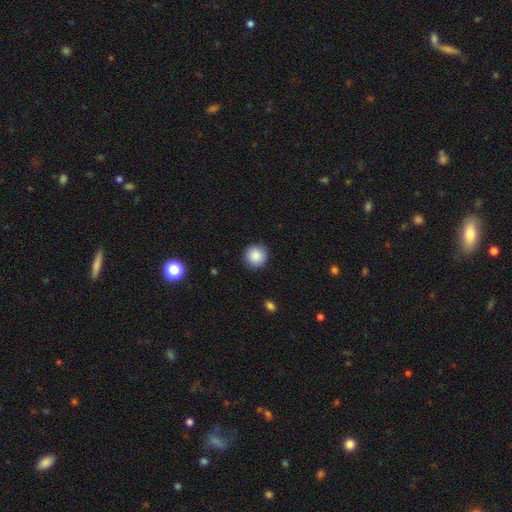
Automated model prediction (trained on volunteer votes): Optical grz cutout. It shows a smooth galaxy with no disk features (88%) that is round (95%). Merging: none (91%).